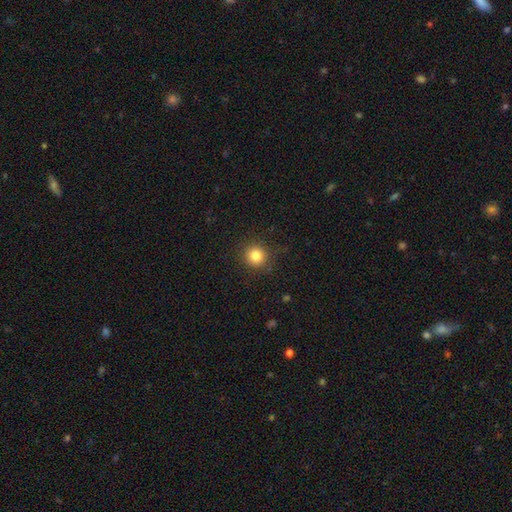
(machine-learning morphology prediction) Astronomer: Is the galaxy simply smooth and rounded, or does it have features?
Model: smooth — 82%.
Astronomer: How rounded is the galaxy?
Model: round — 92%.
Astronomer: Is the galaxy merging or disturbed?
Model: none — 88%.